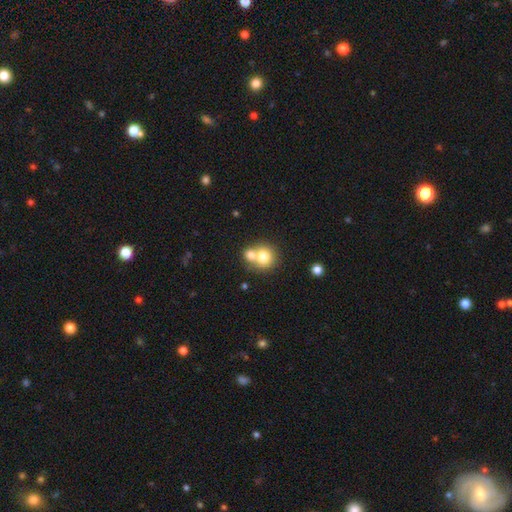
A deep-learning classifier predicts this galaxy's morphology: smooth 75%, featured or disk 15%, star or artifact 10%. Down the decision tree: how rounded — round (82%); merging — merger (54%).